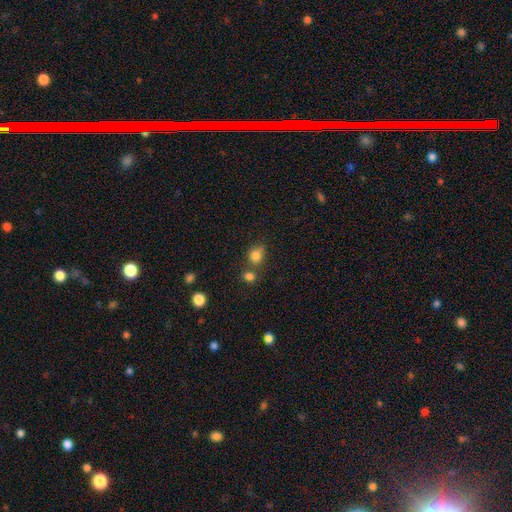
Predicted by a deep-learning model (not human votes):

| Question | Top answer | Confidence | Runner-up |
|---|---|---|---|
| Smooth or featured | smooth | 82% | star or artifact (12%) |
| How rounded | round | 69% | in between (29%) |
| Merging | none | 57% | merger (24%) |